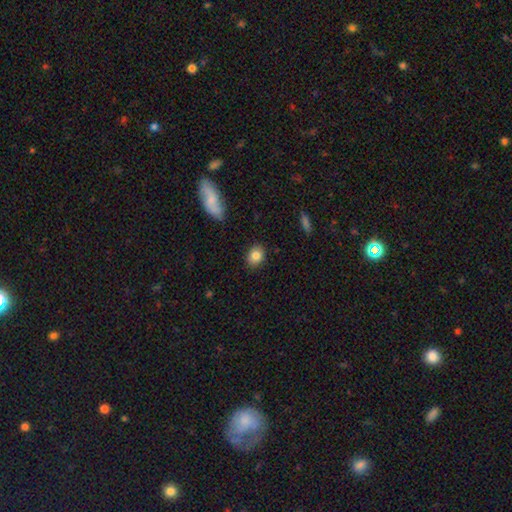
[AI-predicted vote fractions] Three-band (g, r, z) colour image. It shows a smooth galaxy with no disk features (84%) that is round (50%). Merging: none (87%).